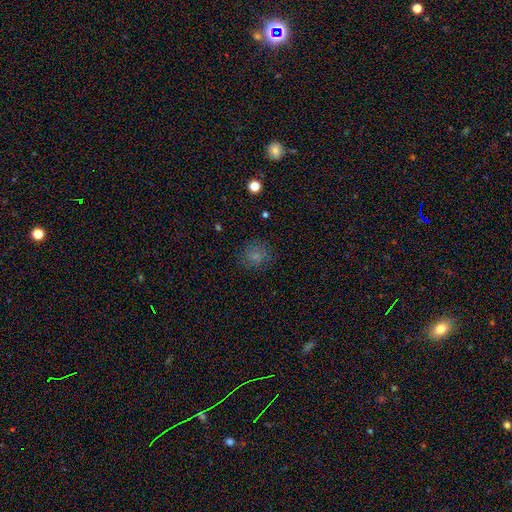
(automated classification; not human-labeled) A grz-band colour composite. It shows a smooth galaxy with no disk features (73%) that is round (84%). Merging: none (81%).